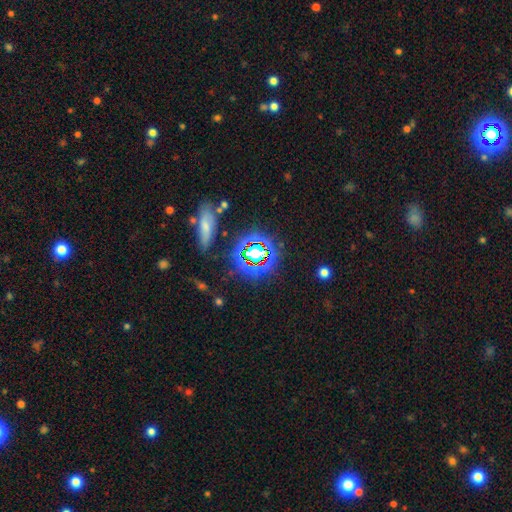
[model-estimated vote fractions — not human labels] A star or artifact, not a galaxy (73%).